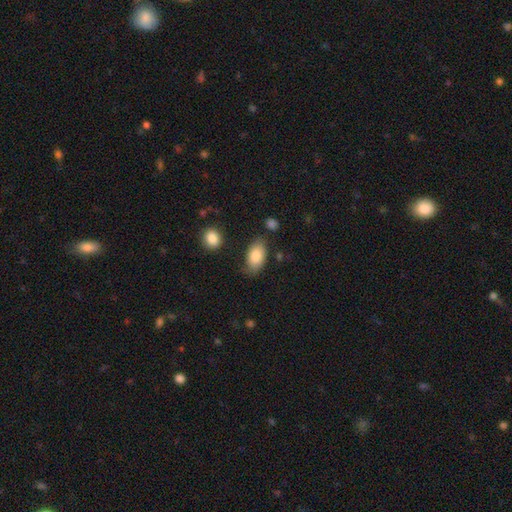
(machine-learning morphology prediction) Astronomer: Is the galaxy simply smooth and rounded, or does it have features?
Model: smooth — 84%.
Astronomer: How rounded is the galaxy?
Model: in between — 94%.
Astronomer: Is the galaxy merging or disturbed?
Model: none — 71%.